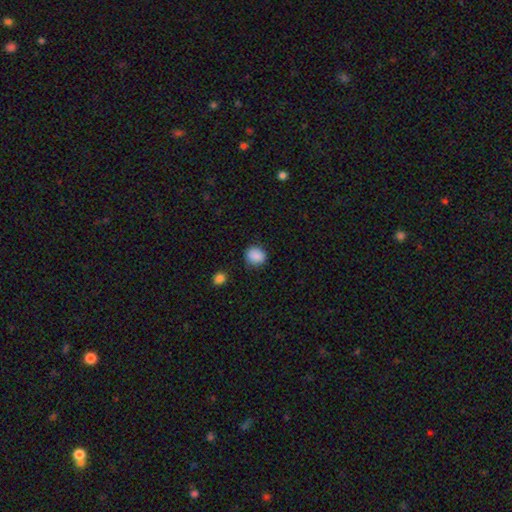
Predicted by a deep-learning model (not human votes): Smooth or featured? smooth (88%)
How rounded? round (72%)
Merging? none (84%)